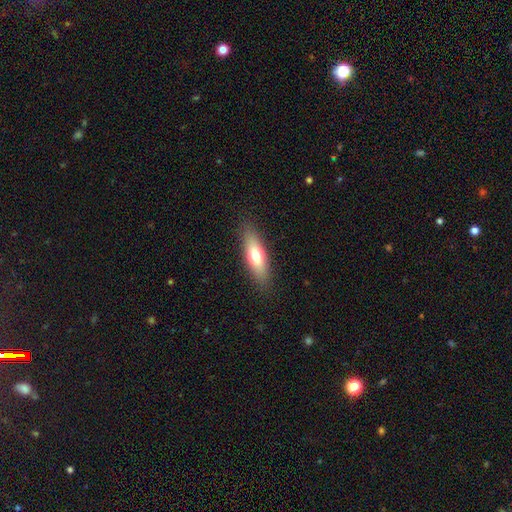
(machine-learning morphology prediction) type=smooth (67%); roundness=in between (52%); merging=none (87%).